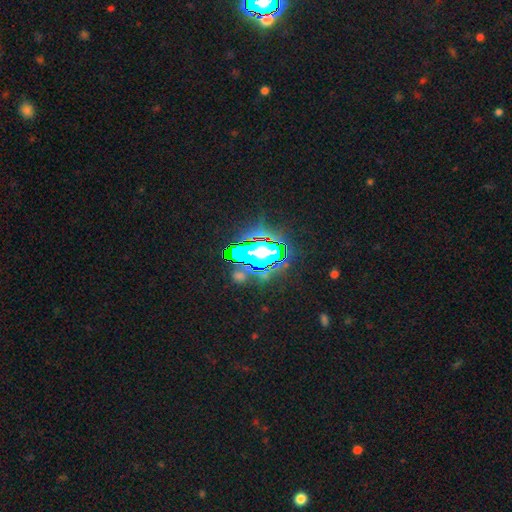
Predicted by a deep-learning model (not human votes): This appears to be a star or artifact, not a galaxy (83%).